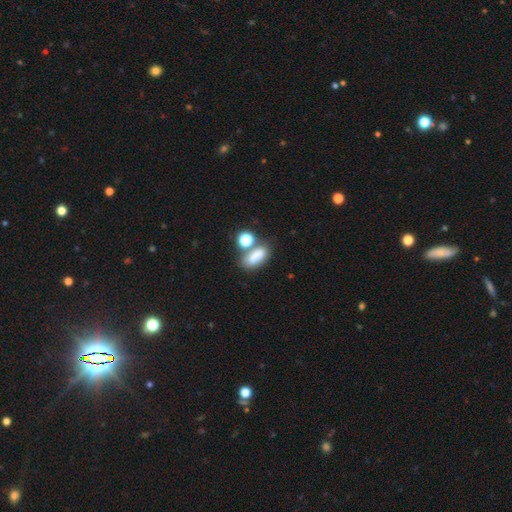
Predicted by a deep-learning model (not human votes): Q: Smooth or featured?
A: smooth (77%); runner-up: star or artifact (13%)
Q: How rounded?
A: in between (79%); runner-up: round (13%)
Q: Merging?
A: none (50%); runner-up: merger (29%)